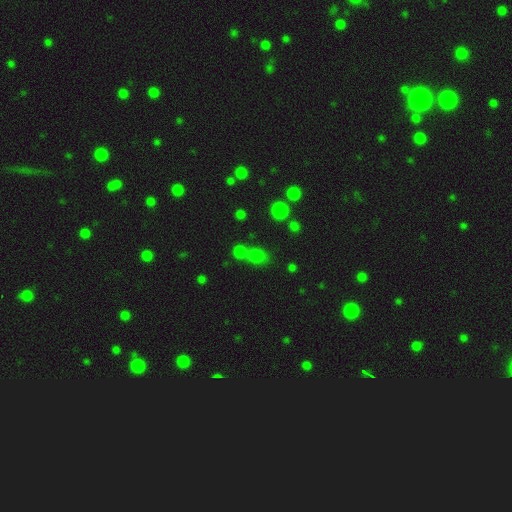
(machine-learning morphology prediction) This is likely a smooth galaxy (72%). How rounded: likely round (73%). Merging: possibly none (58%).